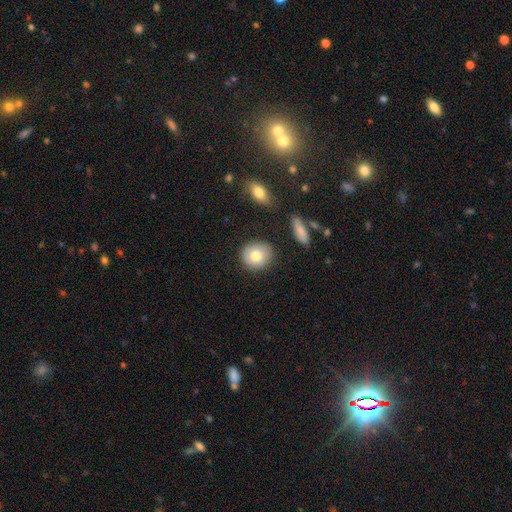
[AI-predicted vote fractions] Overall: smooth (78%). How rounded: round (78%). Merging: none (83%).